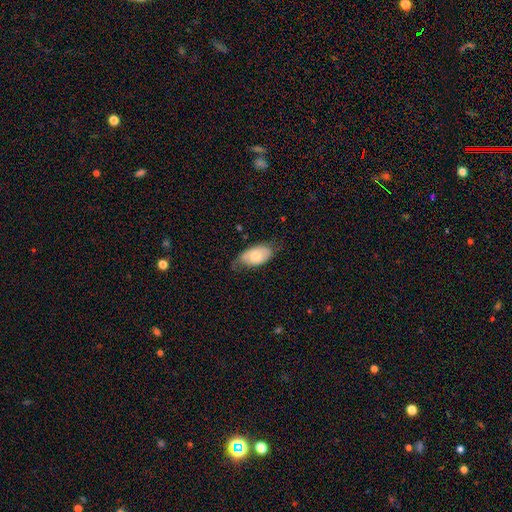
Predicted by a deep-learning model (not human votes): smooth_or_featured: smooth (p=0.69) [alt: featured or disk p=0.25]
how_rounded: in between (p=0.94) [alt: round p=0.04]
merging: none (p=0.55) [alt: minor disturbance p=0.34]